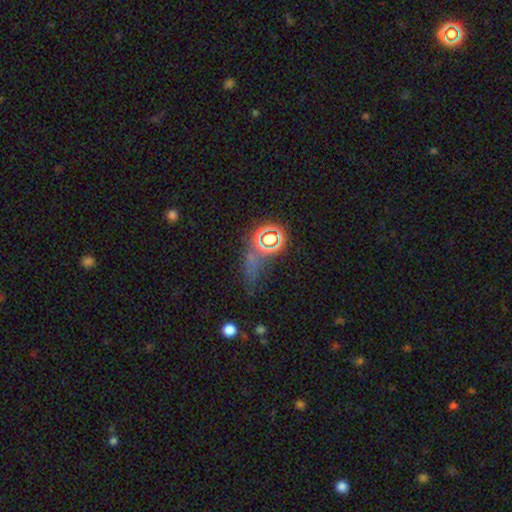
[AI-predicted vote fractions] This appears to be a star or artifact, not a galaxy (55%).